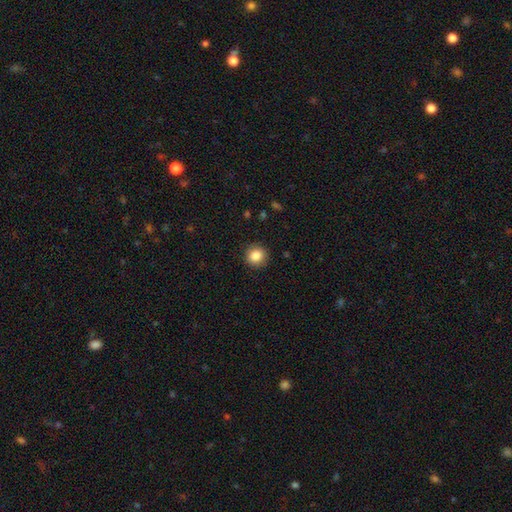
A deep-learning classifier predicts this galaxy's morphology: A smooth galaxy with no disk features (86%) that is round (92%). Merging: none (90%).